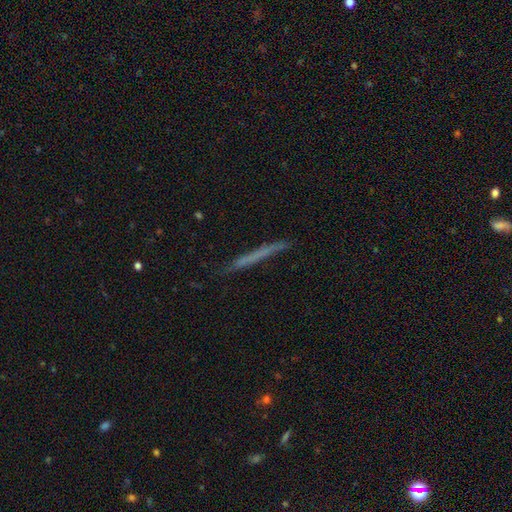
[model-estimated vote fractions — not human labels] smooth_or_featured: smooth (p=0.50) [alt: featured or disk p=0.42]
how_rounded: cigar-shaped (p=0.97) [alt: in between p=0.02]
merging: none (p=0.88) [alt: minor disturbance p=0.09]